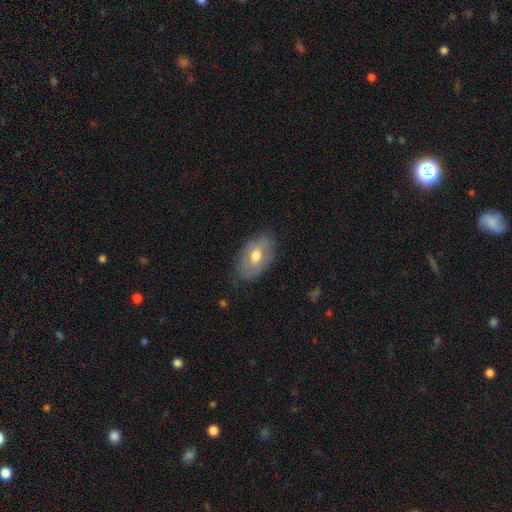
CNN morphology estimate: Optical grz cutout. It shows a smooth galaxy with no disk features (57%) that is in between round and cigar-shaped (91%). Merging: none (78%).